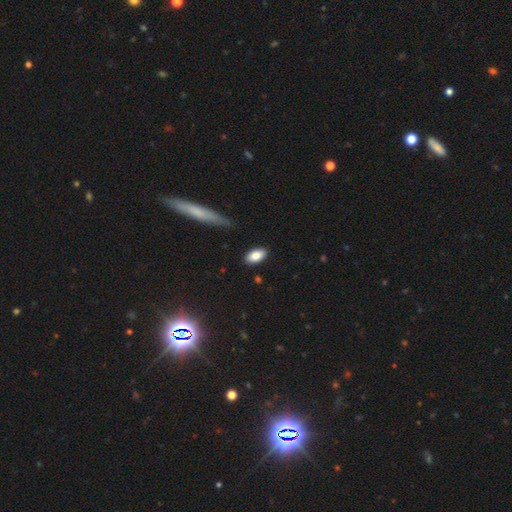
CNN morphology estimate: Smooth or featured? smooth (85%)
How rounded? in between (92%)
Merging? none (87%)